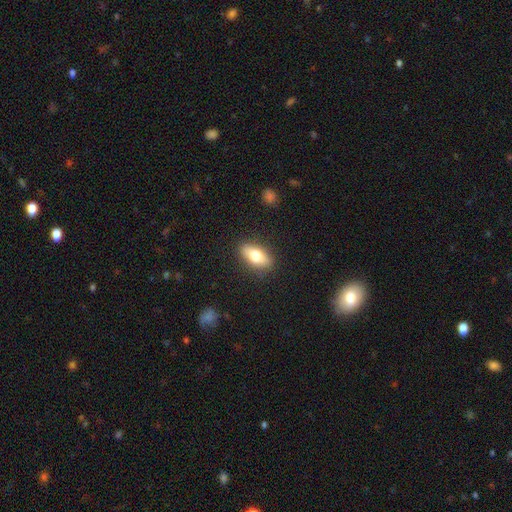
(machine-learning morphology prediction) Smooth or featured: smooth — 69% (featured or disk — 24%)
How rounded: in between — 78% (cigar-shaped — 16%)
Merging: none — 87% (minor disturbance — 9%)